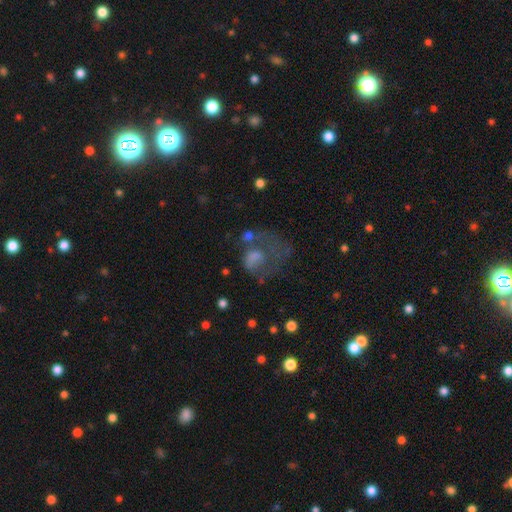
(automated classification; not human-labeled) The model was most divided on "smooth or featured": featured or disk: 41%, smooth: 39%, star or artifact: 20%. Remaining: merging — major disturbance (49%).